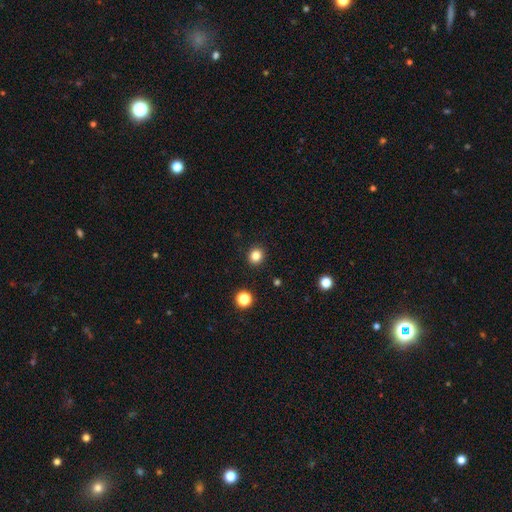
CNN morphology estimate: Overall: smooth (83%). How rounded: round (82%). Merging: none (91%).